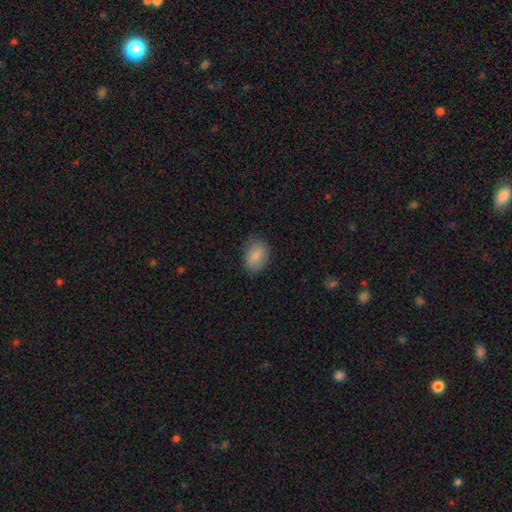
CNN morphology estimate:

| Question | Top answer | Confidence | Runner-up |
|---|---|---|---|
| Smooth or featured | smooth | 83% | featured or disk (10%) |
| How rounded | in between | 78% | round (20%) |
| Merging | none | 80% | minor disturbance (15%) |